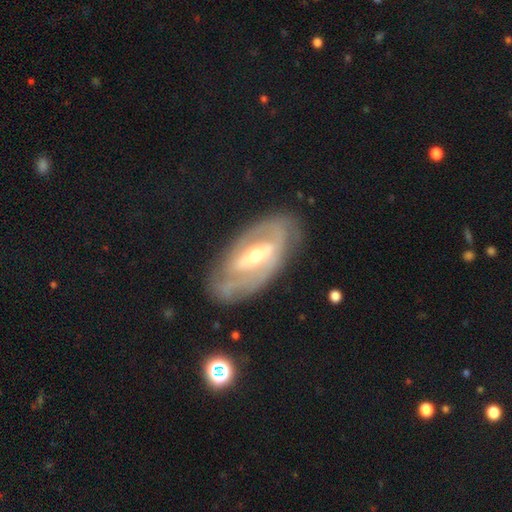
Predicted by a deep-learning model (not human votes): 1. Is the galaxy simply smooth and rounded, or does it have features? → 80% featured or disk, 14% smooth, 6% star or artifact.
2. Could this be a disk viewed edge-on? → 91% no, 9% yes.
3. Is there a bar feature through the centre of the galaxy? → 49% strong, 33% weak, 18% no.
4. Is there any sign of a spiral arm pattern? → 73% yes, 27% no.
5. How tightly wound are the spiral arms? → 50% tight, 35% medium, 15% loose.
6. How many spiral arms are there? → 62% 2, 26% can't tell, 4% 3, 4% 1, 2% 4, 2% more than 4.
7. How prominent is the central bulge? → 52% moderate, 43% small, 3% large, 1% none, 1% dominant.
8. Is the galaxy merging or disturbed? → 75% none, 16% minor disturbance, 7% major disturbance, 2% merger.